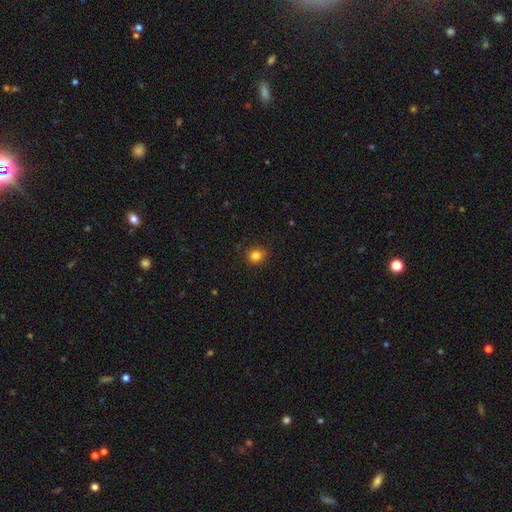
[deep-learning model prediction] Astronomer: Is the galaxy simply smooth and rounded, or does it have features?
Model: smooth — 83%.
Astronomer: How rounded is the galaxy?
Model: round — 81%.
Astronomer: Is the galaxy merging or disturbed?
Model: none — 88%.